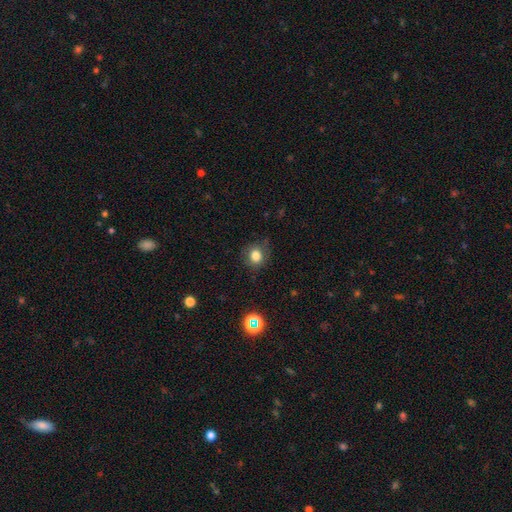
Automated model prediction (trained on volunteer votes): Q: Smooth or featured?
A: smooth (80%); runner-up: star or artifact (12%)
Q: How rounded?
A: round (75%); runner-up: in between (24%)
Q: Merging?
A: none (75%); runner-up: minor disturbance (18%)